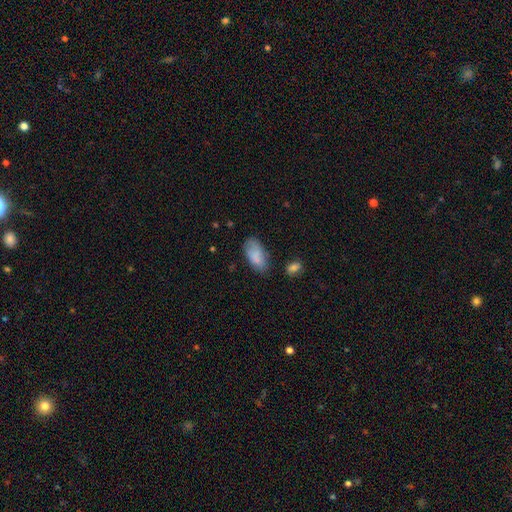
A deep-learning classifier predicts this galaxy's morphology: Smooth or featured: smooth — 81% (featured or disk — 12%)
How rounded: in between — 94% (cigar-shaped — 4%)
Merging: none — 65% (minor disturbance — 24%)